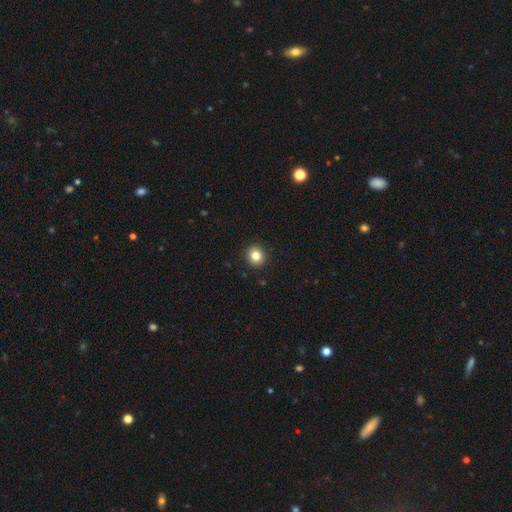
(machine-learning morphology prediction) This is clearly a smooth galaxy (83%). How rounded: clearly round (85%). Merging: clearly none (93%).